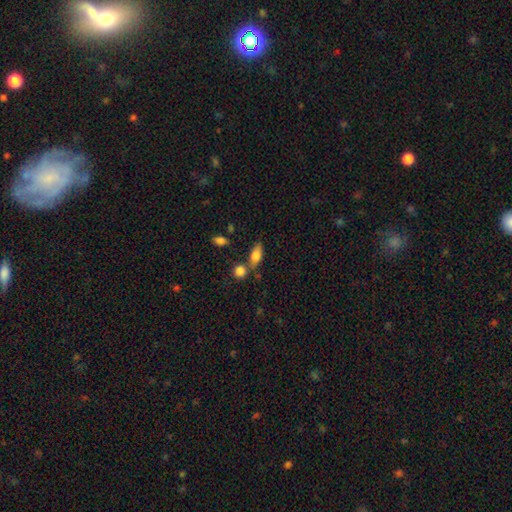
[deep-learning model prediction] Smooth or featured? smooth (78%)
How rounded? in between (78%)
Merging? none (61%)